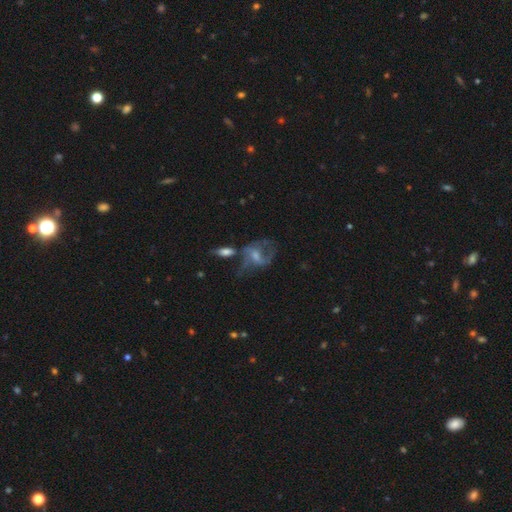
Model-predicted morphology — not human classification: featured or disk 69%, smooth 21%, star or artifact 10%. Down the decision tree: edge-on disk — no (95%); bar — weak (45%); spiral arms — yes (76%); bulge size — moderate (46%); merging — none (39%).